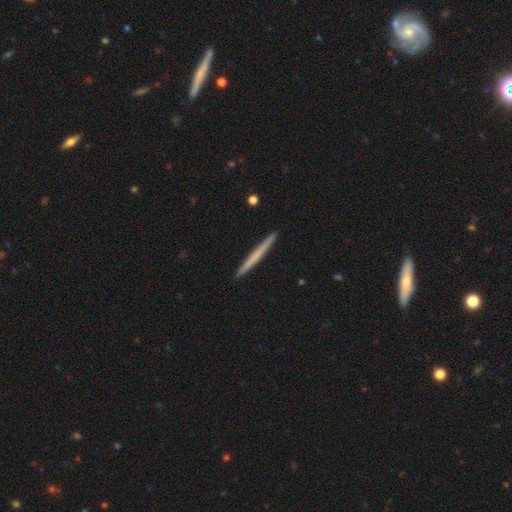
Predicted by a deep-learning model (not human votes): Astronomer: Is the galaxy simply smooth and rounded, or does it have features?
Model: smooth — 56% (runner-up: featured or disk, 38%).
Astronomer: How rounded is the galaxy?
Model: cigar-shaped — 97%.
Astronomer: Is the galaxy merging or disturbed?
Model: none — 93%.